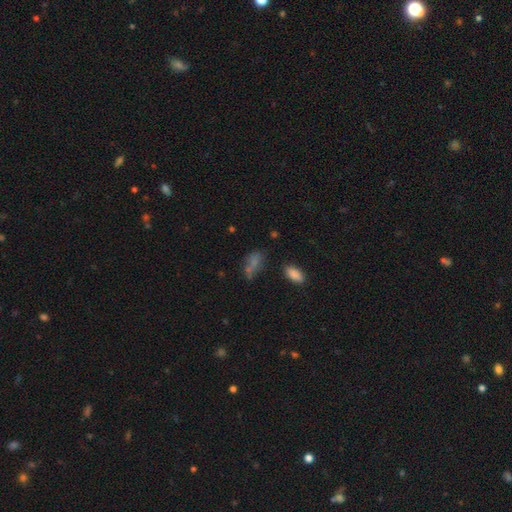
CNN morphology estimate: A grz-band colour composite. It shows a smooth galaxy with no disk features (51%) that is in between round and cigar-shaped (77%). Merging: none (68%).